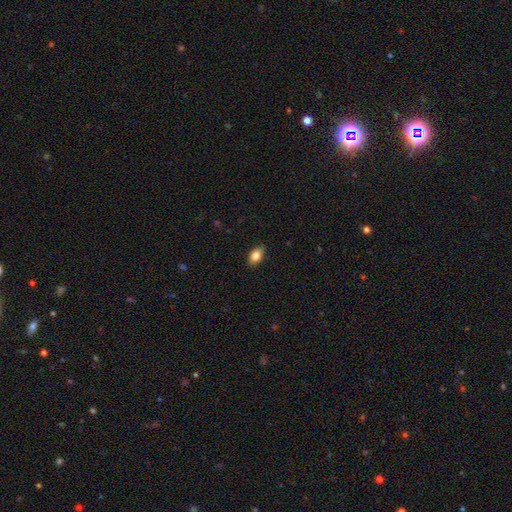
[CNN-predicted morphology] Q: Smooth or featured?
A: smooth (80%); runner-up: featured or disk (12%)
Q: How rounded?
A: in between (87%); runner-up: round (9%)
Q: Merging?
A: none (84%); runner-up: minor disturbance (13%)